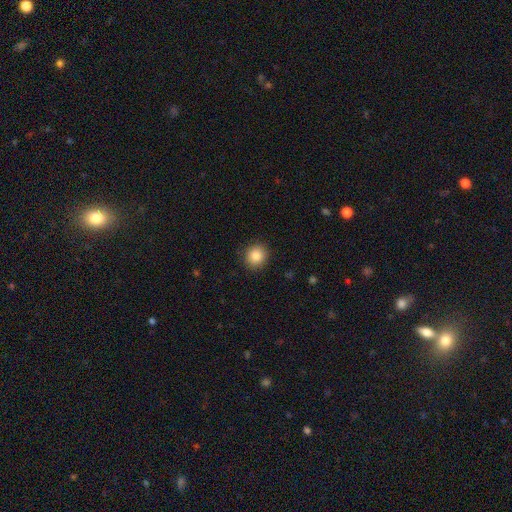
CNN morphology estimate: Smooth or featured? smooth (86%)
How rounded? round (88%)
Merging? none (90%)